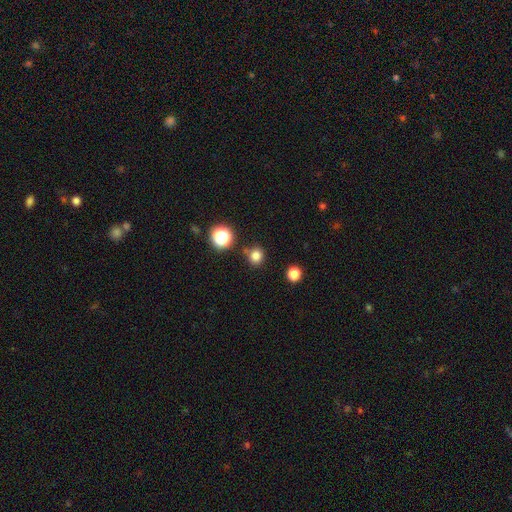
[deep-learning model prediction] Morphology: type=smooth (79%); roundness=round (86%); merging=none (81%).